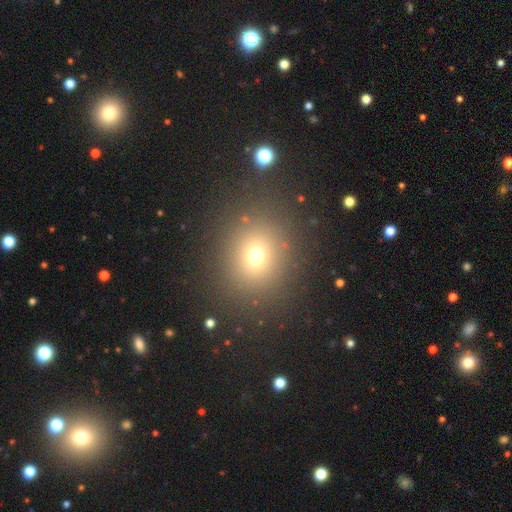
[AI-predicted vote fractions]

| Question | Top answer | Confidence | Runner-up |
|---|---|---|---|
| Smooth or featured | smooth | 68% | star or artifact (22%) |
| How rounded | round | 79% | in between (20%) |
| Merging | none | 85% | minor disturbance (7%) |